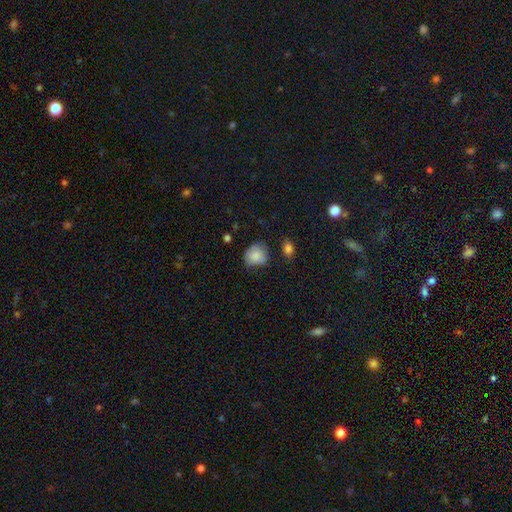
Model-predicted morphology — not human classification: This is clearly a smooth galaxy (81%). How rounded: likely round (65%). Merging: possibly none (54%).